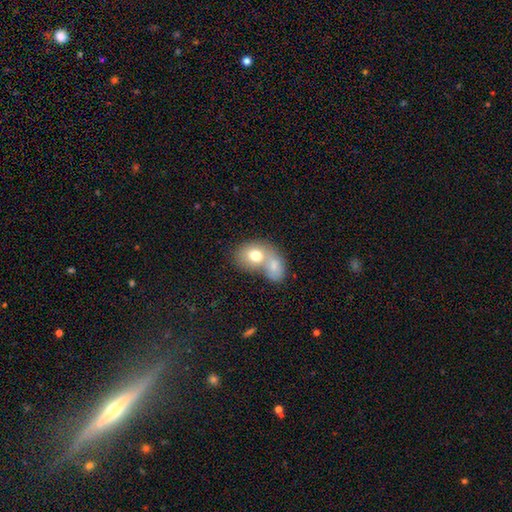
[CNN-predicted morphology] smooth-or-featured: smooth: 73% | featured or disk: 20% | star or artifact: 8%
  how-rounded: in between: 55% | round: 44% | cigar-shaped: 1%
  merging: merger: 64% | none: 24% | minor disturbance: 7% | major disturbance: 4%